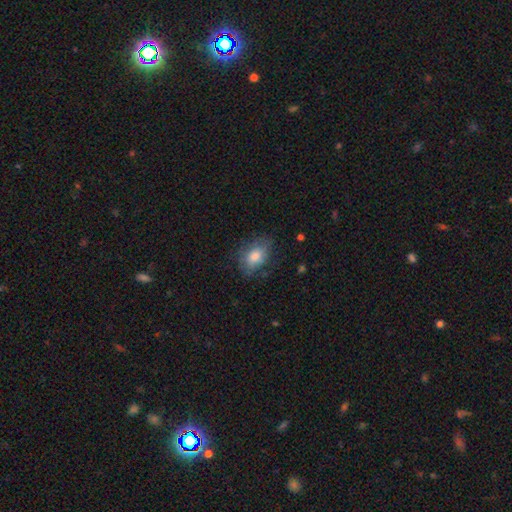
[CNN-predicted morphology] The model was most divided on "merging": none: 64%, minor disturbance: 25%, major disturbance: 10%, merger: 1%. More confident: how rounded — in between (84%); smooth or featured — smooth (75%).